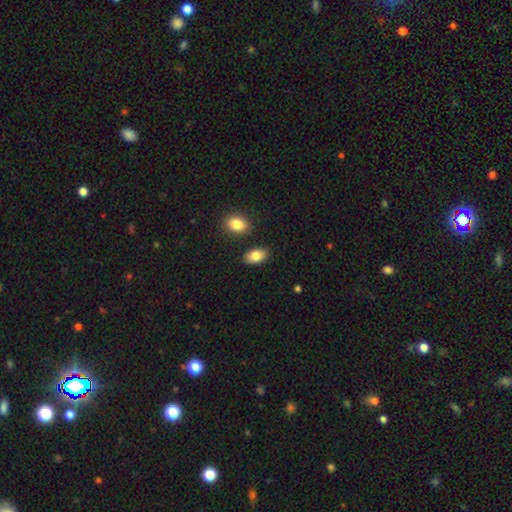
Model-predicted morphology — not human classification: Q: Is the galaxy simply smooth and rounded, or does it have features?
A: smooth — 83%.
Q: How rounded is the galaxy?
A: in between — 92%.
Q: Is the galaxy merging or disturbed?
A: none — 85%.